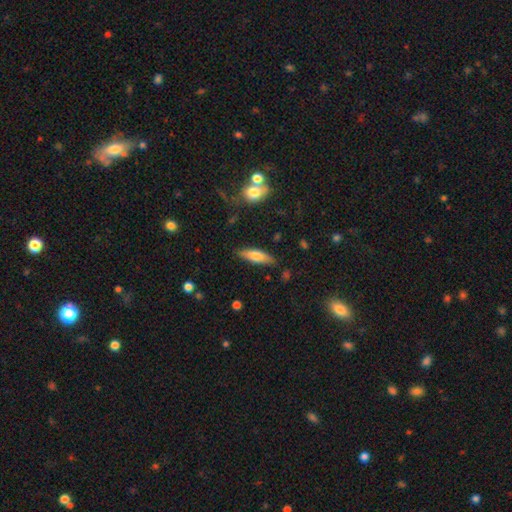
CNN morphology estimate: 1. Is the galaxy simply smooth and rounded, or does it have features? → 67% smooth, 26% featured or disk, 7% star or artifact.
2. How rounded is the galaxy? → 51% cigar-shaped, 47% in between, 2% round.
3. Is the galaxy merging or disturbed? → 83% none, 12% minor disturbance, 3% major disturbance, 2% merger.